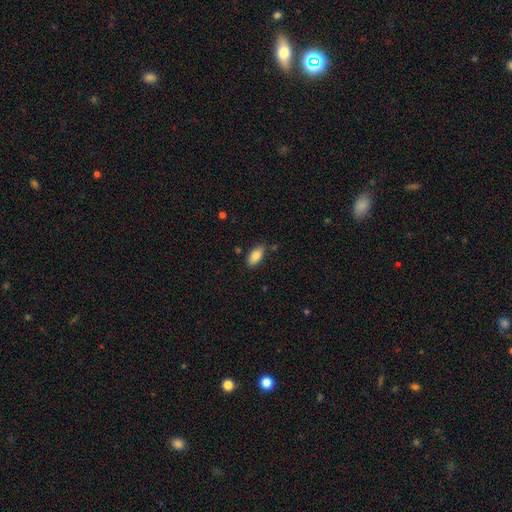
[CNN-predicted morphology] Overall: smooth (84%). How rounded: in between (92%). Merging: none (82%).